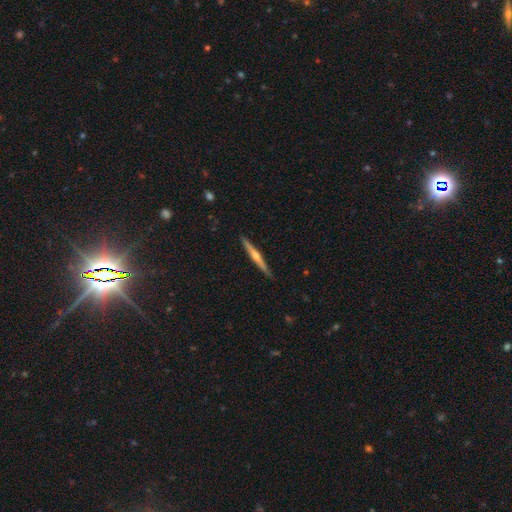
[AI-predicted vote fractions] Smooth or featured: featured or disk — 66% (smooth — 29%)
Edge-on disk: yes — 98% (no — 2%)
Edge-on bulge: rounded — 82% (none — 14%)
Merging: none — 89% (minor disturbance — 8%)